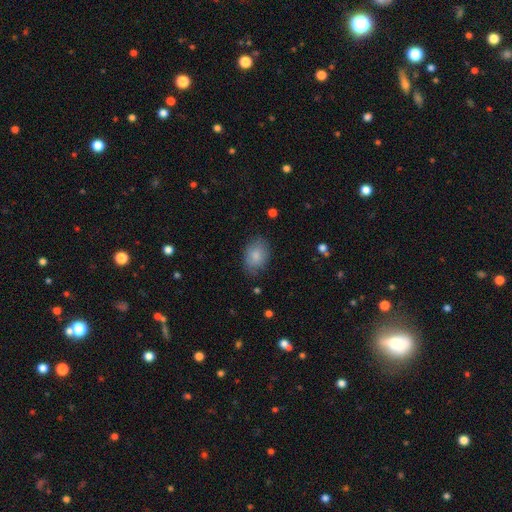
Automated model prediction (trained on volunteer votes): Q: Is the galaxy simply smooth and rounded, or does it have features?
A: smooth — 84%.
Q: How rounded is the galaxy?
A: in between — 80%.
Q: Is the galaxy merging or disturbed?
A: none — 75%.